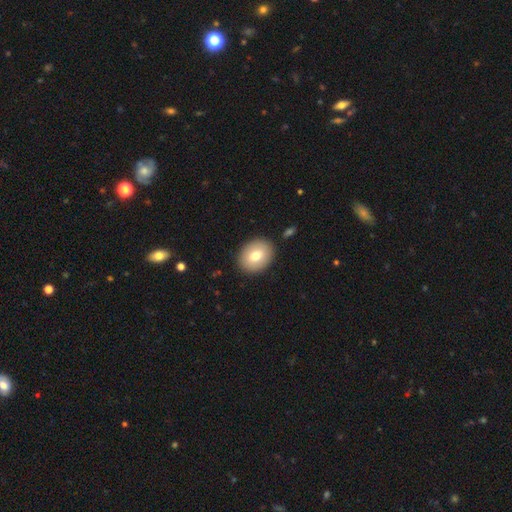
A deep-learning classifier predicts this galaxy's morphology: smooth-or-featured: smooth: 75% | featured or disk: 18% | star or artifact: 8%
  how-rounded: in between: 58% | round: 41% | cigar-shaped: 1%
  merging: none: 89% | minor disturbance: 8% | major disturbance: 2% | merger: 2%